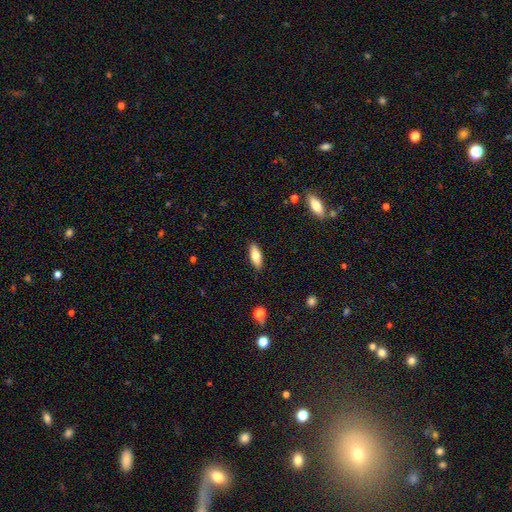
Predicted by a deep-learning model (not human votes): smooth 75%, featured or disk 18%, star or artifact 7%. Down the decision tree: how rounded — in between (70%); merging — none (89%).